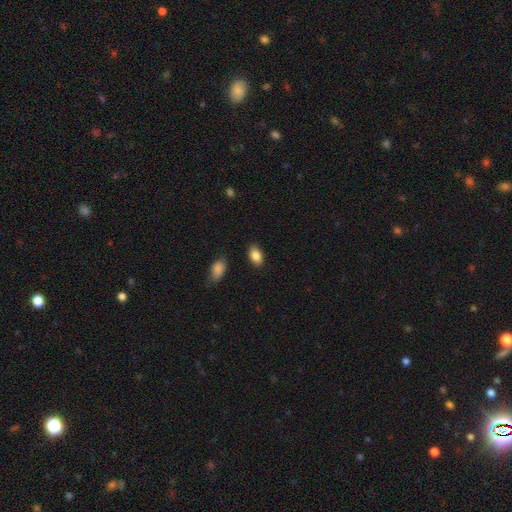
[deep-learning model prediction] smooth 87%, star or artifact 7%, featured or disk 5%. Down the decision tree: how rounded — in between (92%); merging — none (86%).